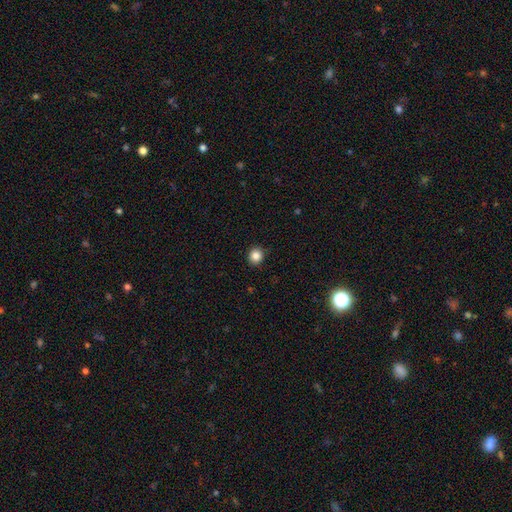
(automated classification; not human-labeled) This is clearly a smooth galaxy (85%). How rounded: clearly round (91%). Merging: clearly none (91%).